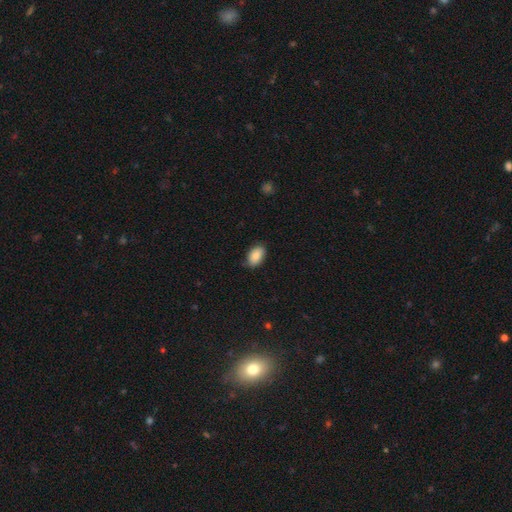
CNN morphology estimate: This is clearly a smooth galaxy (86%). How rounded: clearly in between (91%). Merging: clearly none (82%).